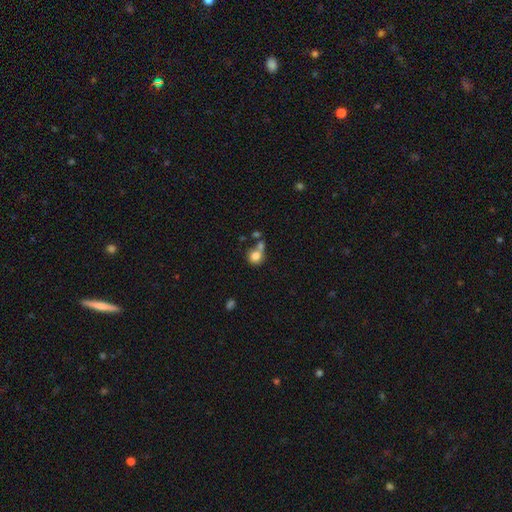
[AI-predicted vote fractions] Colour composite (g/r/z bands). It shows a smooth galaxy with no disk features (79%) that is round (83%). Merging: none (47%).